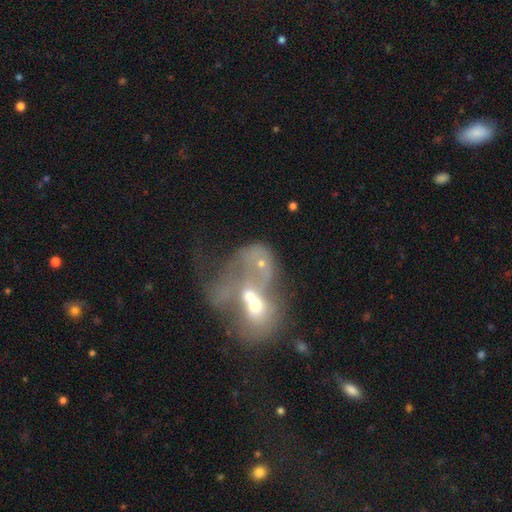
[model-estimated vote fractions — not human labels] The model was most divided on "smooth or featured": featured or disk: 55%, smooth: 31%, star or artifact: 14%. More confident: edge-on disk — no (95%); bar — no (79%); merging — merger (78%); spiral arms — no (69%); bulge size — moderate (56%).